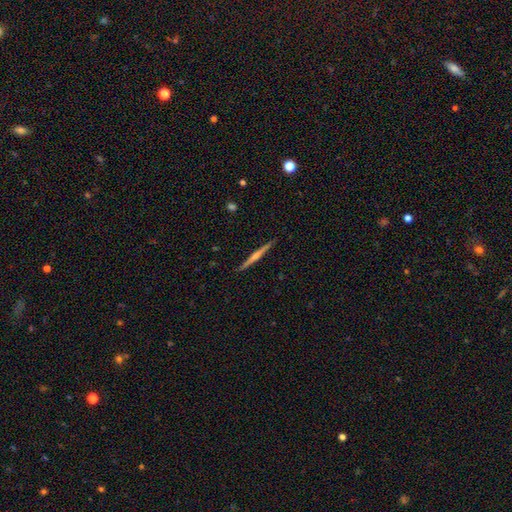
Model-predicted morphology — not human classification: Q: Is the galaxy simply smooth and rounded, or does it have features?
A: featured or disk — 77%.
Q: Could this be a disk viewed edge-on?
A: yes — 98%.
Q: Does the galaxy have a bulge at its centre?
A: rounded — 75%.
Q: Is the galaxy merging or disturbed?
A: none — 92%.